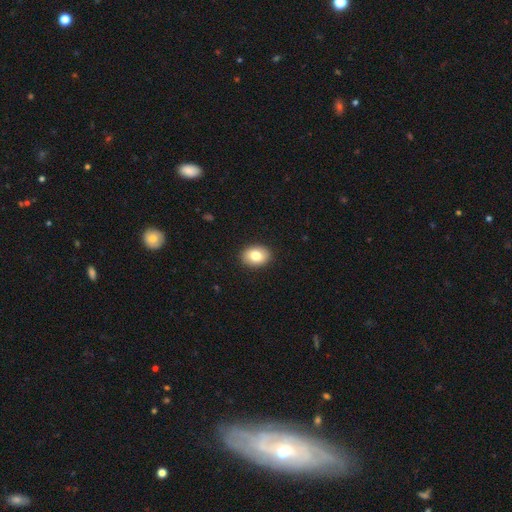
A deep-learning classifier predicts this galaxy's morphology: smooth_or_featured: smooth (p=0.80) [alt: featured or disk p=0.12]
how_rounded: in between (p=0.68) [alt: round p=0.31]
merging: none (p=0.91) [alt: minor disturbance p=0.06]